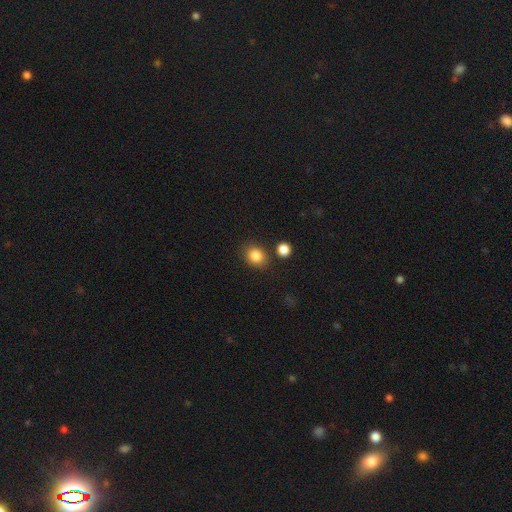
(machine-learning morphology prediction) smooth_or_featured: smooth (p=0.85) [alt: star or artifact p=0.10]
how_rounded: round (p=0.59) [alt: in between p=0.41]
merging: none (p=0.80) [alt: minor disturbance p=0.11]